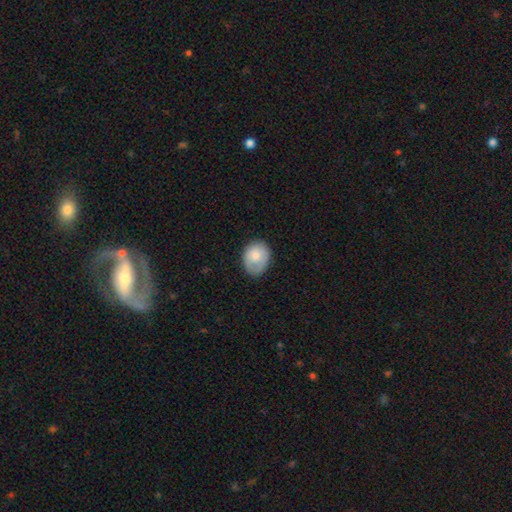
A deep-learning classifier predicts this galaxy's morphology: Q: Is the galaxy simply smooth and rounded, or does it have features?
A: smooth — 78%.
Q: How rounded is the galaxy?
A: in between — 60%.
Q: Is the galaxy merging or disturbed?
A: none — 68%.